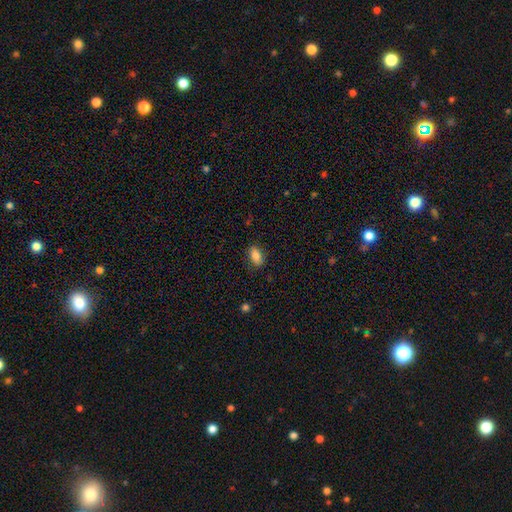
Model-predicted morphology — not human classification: Smooth or featured? smooth (84%)
How rounded? in between (89%)
Merging? none (84%)